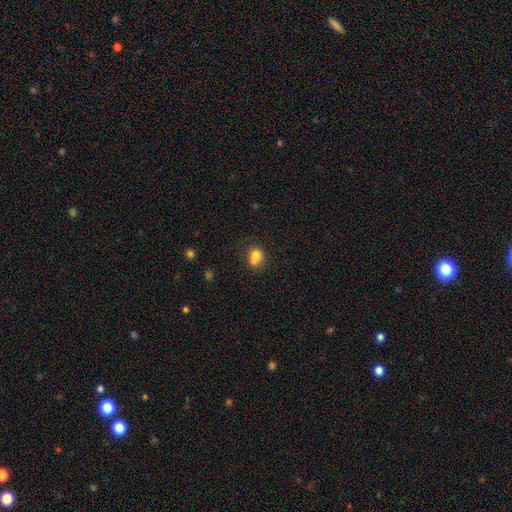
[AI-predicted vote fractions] Q: Smooth or featured?
A: smooth (74%); runner-up: featured or disk (15%)
Q: How rounded?
A: round (63%); runner-up: in between (36%)
Q: Merging?
A: merger (46%); runner-up: none (35%)